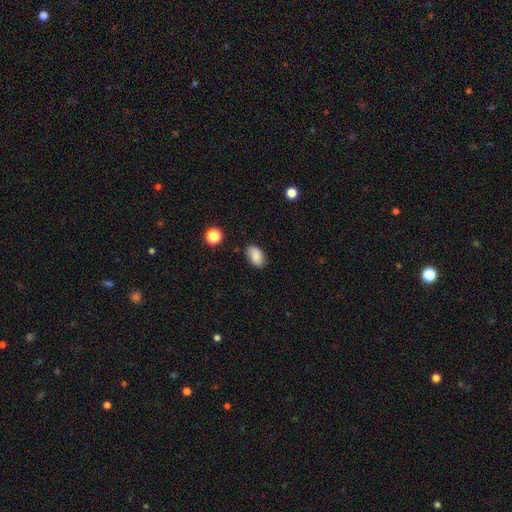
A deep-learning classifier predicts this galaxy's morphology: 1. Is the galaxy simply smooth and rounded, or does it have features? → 81% smooth, 10% featured or disk, 9% star or artifact.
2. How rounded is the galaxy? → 88% in between, 10% round, 1% cigar-shaped.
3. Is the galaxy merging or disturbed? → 77% none, 18% minor disturbance, 3% major disturbance, 2% merger.